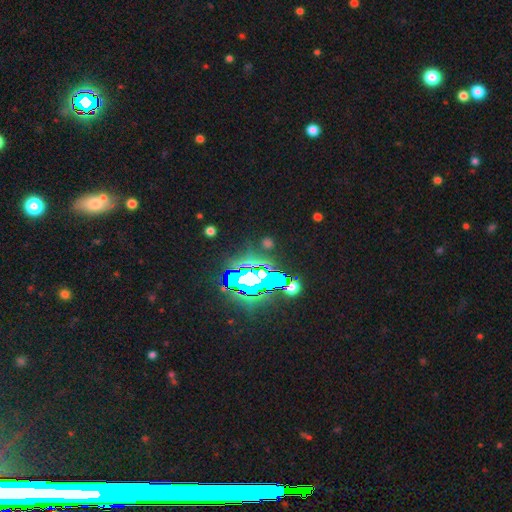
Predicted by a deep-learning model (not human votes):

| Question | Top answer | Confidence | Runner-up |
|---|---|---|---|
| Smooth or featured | star or artifact | 81% | smooth (10%) |